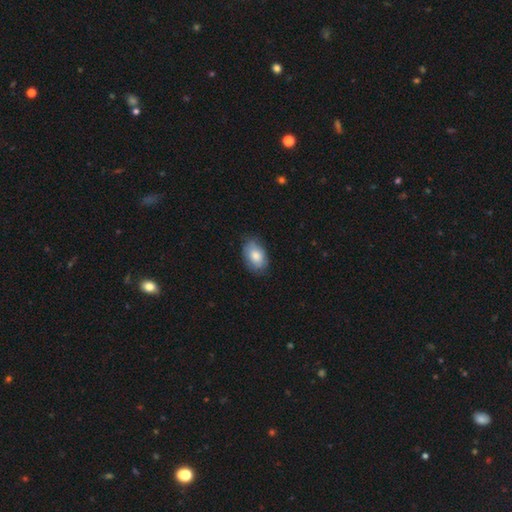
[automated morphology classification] Smooth or featured?
  - smooth: 80% *
  - featured or disk: 14%
  - star or artifact: 7%
How rounded?
  - in between: 86% *
  - round: 12%
  - cigar-shaped: 1%
Merging?
  - none: 77% *
  - minor disturbance: 19%
  - major disturbance: 4%
  - merger: 1%